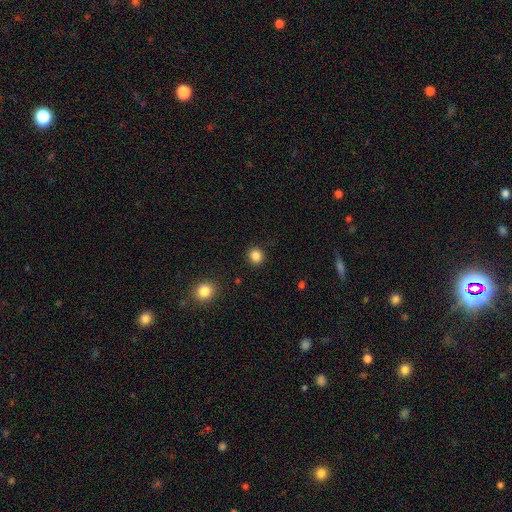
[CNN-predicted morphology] Q: Smooth or featured?
A: smooth (86%); runner-up: star or artifact (11%)
Q: How rounded?
A: round (85%); runner-up: in between (14%)
Q: Merging?
A: none (90%); runner-up: minor disturbance (6%)